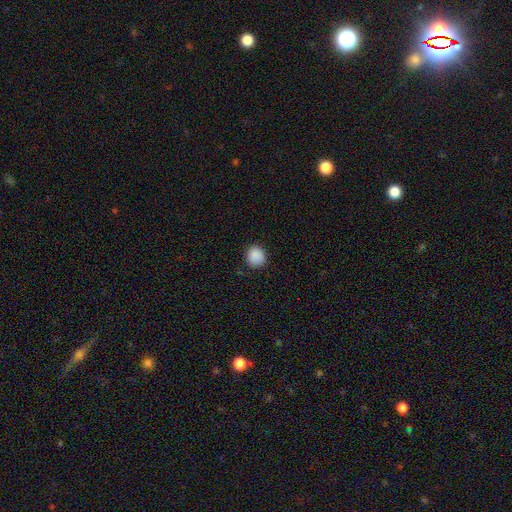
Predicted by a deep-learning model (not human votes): smooth-or-featured: smooth: 89% | star or artifact: 8% | featured or disk: 2%
  how-rounded: round: 83% | in between: 16% | cigar-shaped: 1%
  merging: none: 87% | minor disturbance: 9% | major disturbance: 2% | merger: 1%